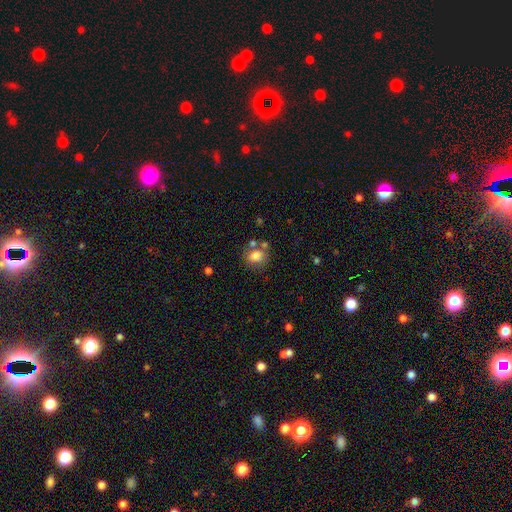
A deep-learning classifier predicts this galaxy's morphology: A smooth galaxy with no disk features (78%) that is round (73%).

Vote fractions:
- Smooth or featured? smooth: 78% / featured or disk: 11% / star or artifact: 11%
- How rounded? round: 73% / in between: 26% / cigar-shaped: 1%
- Merging? none: 64% / merger: 16% / minor disturbance: 14% / major disturbance: 5%